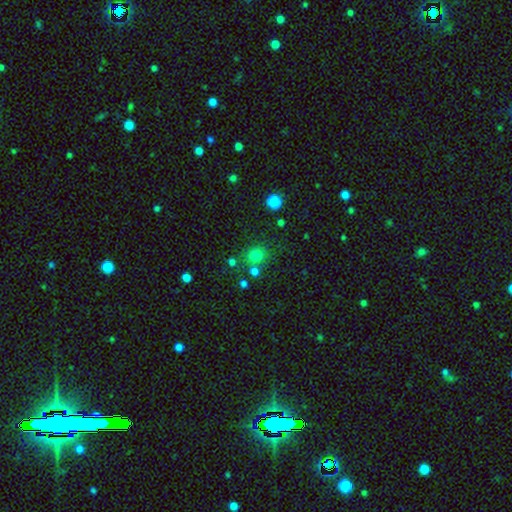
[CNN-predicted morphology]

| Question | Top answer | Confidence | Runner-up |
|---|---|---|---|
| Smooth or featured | smooth | 77% | star or artifact (16%) |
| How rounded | round | 78% | in between (21%) |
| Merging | none | 72% | merger (14%) |